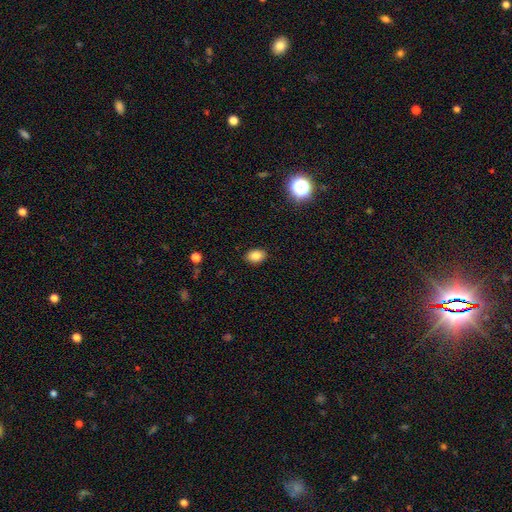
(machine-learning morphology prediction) Q: Smooth or featured?
A: smooth (83%); runner-up: star or artifact (10%)
Q: How rounded?
A: in between (81%); runner-up: round (18%)
Q: Merging?
A: none (89%); runner-up: minor disturbance (8%)